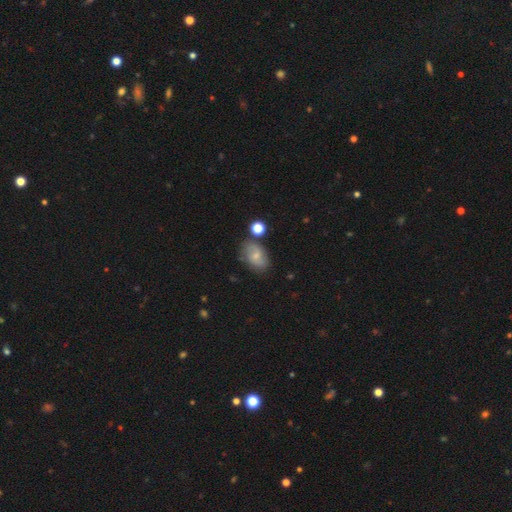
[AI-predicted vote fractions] Smooth or featured: smooth — 56% (featured or disk — 35%)
How rounded: in between — 82% (round — 17%)
Merging: none — 67% (minor disturbance — 21%)